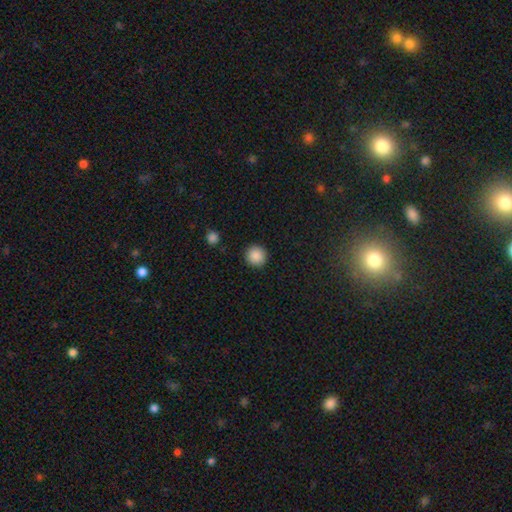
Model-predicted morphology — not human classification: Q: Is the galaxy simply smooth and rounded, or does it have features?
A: smooth — 88%.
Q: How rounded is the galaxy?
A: round — 95%.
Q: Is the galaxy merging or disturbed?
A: none — 92%.